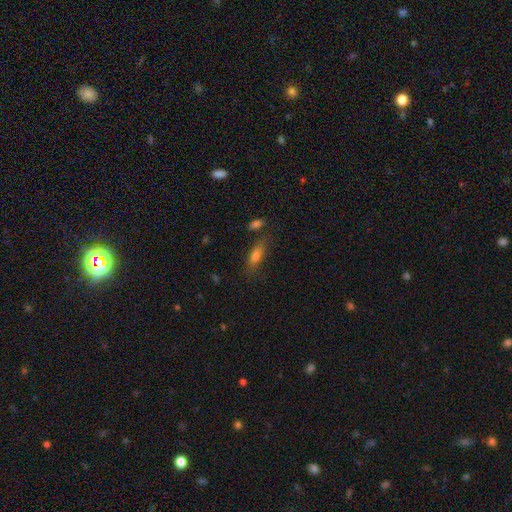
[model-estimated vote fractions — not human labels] A smooth galaxy with no disk features (71%) that is in between round and cigar-shaped (60%). Merging: none (69%).